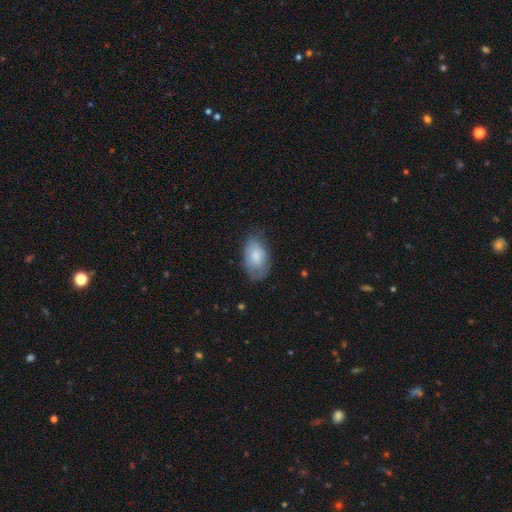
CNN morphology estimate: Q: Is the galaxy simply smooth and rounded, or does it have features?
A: smooth — 76%.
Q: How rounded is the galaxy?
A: in between — 92%.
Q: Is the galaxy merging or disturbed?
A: none — 62%.